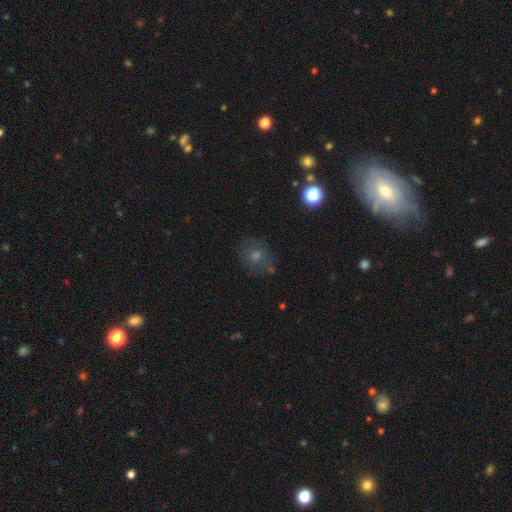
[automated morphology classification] A smooth galaxy with no disk features (49%).

Vote fractions:
- Smooth or featured? smooth: 49% / star or artifact: 27% / featured or disk: 24%
- Merging? none: 73% / minor disturbance: 16% / major disturbance: 8% / merger: 3%